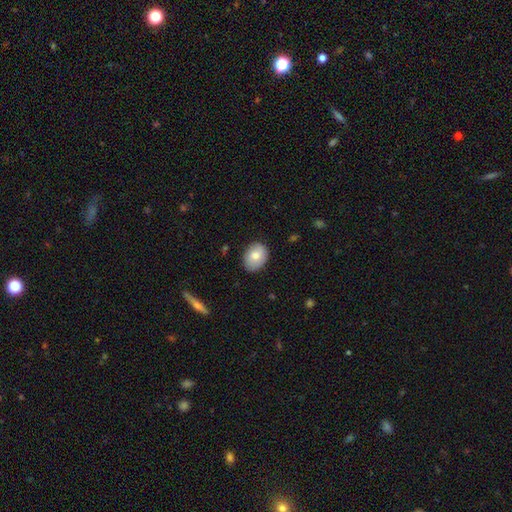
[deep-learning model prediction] Morphology: type=smooth (79%); roundness=in between (67%); merging=none (82%).